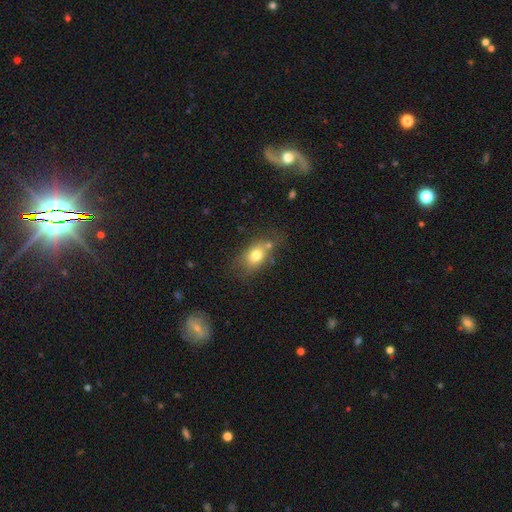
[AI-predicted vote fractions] The model was most divided on "merging": none: 58%, minor disturbance: 21%, merger: 13%, major disturbance: 8%. More confident: smooth or featured — smooth (75%); how rounded — in between (73%).